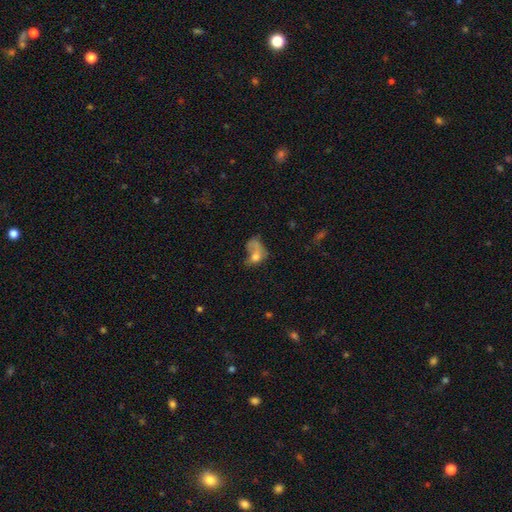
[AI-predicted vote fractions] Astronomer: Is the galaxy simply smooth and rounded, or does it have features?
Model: smooth — 55% (runner-up: featured or disk, 30%).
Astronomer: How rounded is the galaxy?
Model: in between — 73%.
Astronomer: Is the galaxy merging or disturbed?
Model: major disturbance — 45%.